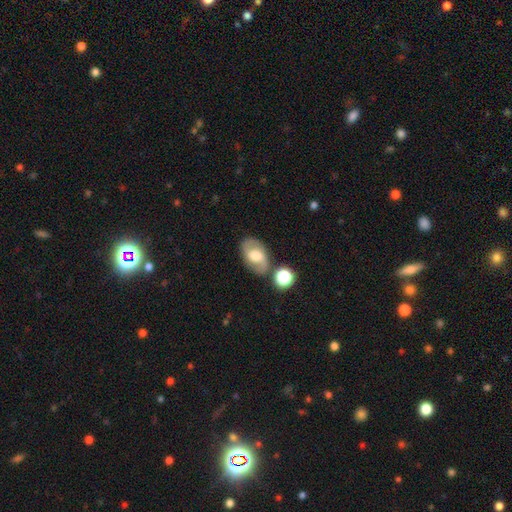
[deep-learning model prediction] A featured or disk galaxy (59%) with a weak bar (45%), spiral arms (78%) and a moderate central bulge (41%). Merging: none (72%).